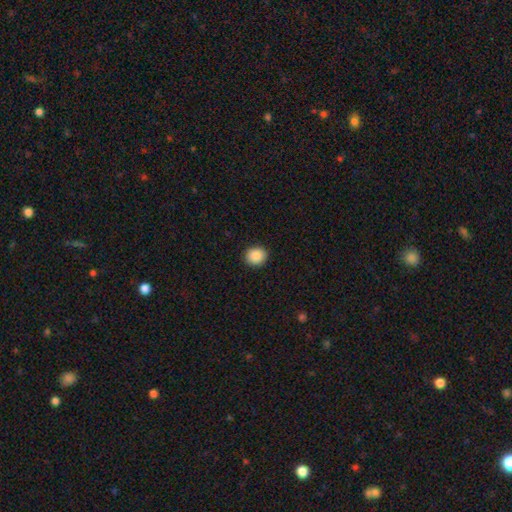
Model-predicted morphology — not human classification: smooth_or_featured: smooth (p=0.89) [alt: star or artifact p=0.08]
how_rounded: round (p=0.80) [alt: in between p=0.19]
merging: none (p=0.91) [alt: minor disturbance p=0.06]